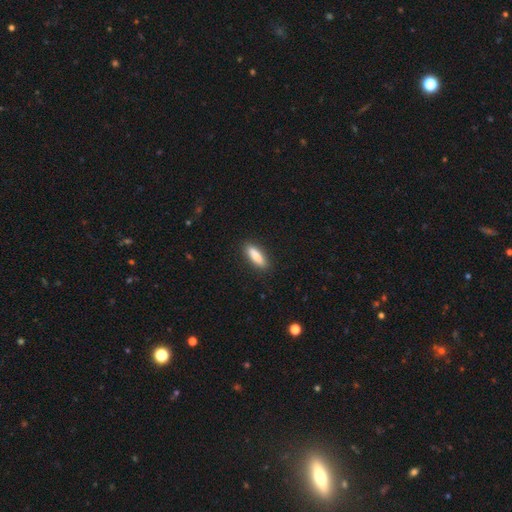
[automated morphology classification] The model was most divided on "how rounded": cigar-shaped: 55%, in between: 44%, round: 2%. More confident: merging — none (89%); smooth or featured — smooth (83%).